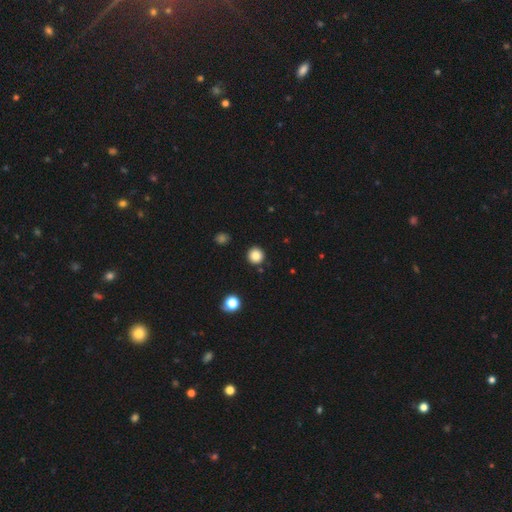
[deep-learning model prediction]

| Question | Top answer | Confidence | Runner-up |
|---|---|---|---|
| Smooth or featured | smooth | 85% | star or artifact (11%) |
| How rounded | round | 95% | in between (4%) |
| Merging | none | 91% | minor disturbance (5%) |